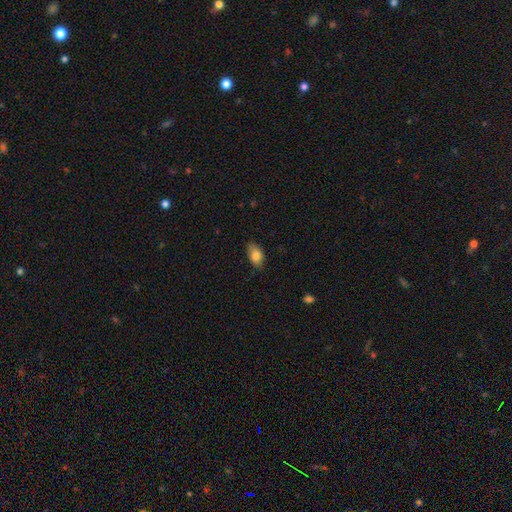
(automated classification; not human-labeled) A smooth galaxy with no disk features (83%) that is in between round and cigar-shaped (89%). Merging: none (73%).